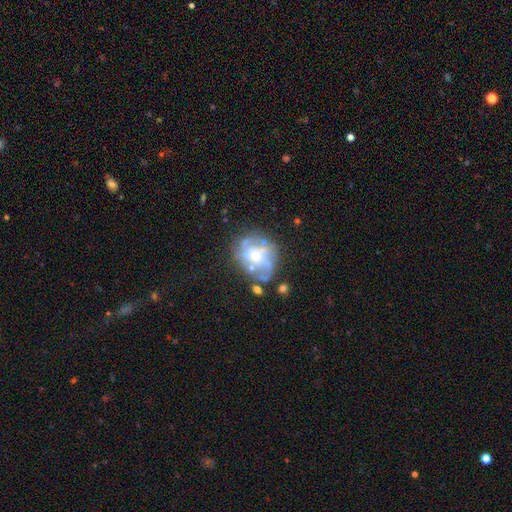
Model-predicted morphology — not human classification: Smooth or featured: featured or disk — 71% (smooth — 19%)
Edge-on disk: no — 97% (yes — 3%)
Bar: no — 79% (weak — 17%)
Spiral arms: yes — 58% (no — 42%)
Bulge size: small — 49% (moderate — 46%)
Merging: none — 53% (minor disturbance — 22%)